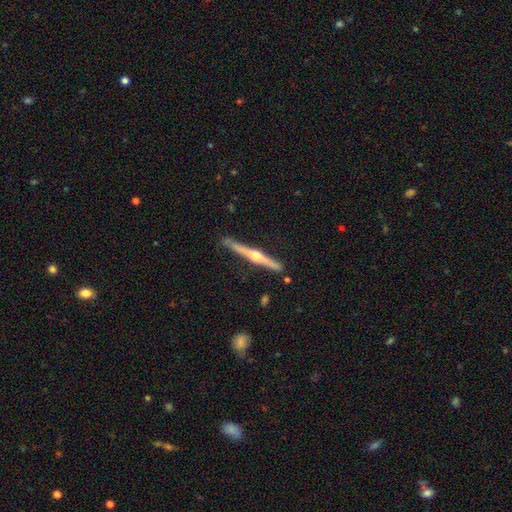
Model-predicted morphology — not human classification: Smooth or featured? featured or disk (82%)
Edge-on disk? yes (98%)
Edge-on bulge? rounded (92%)
Merging? none (88%)